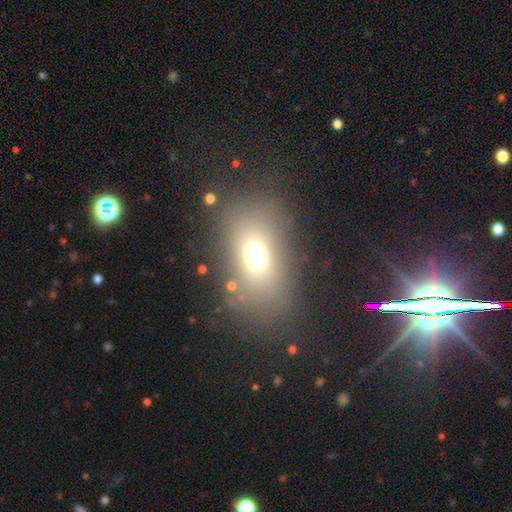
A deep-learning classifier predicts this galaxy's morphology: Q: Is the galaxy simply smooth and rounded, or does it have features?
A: smooth — 63%.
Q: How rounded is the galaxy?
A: in between — 72%.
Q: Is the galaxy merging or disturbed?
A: none — 75%.